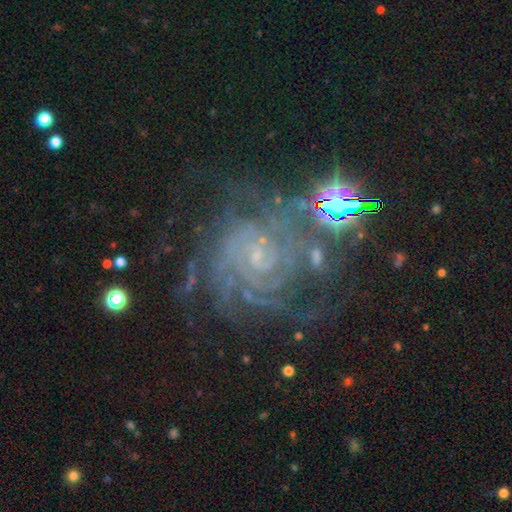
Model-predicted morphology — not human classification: This is clearly a featured or disk galaxy (82%). It is clearly not viewed edge-on (98%). Bar: possibly no (58%). Spiral arm pattern: clearly yes (97%). Spiral arm count: marginally can't tell (31%). Spiral winding: likely tight (72%). Central bulge: likely small (77%). Merging: likely none (62%).